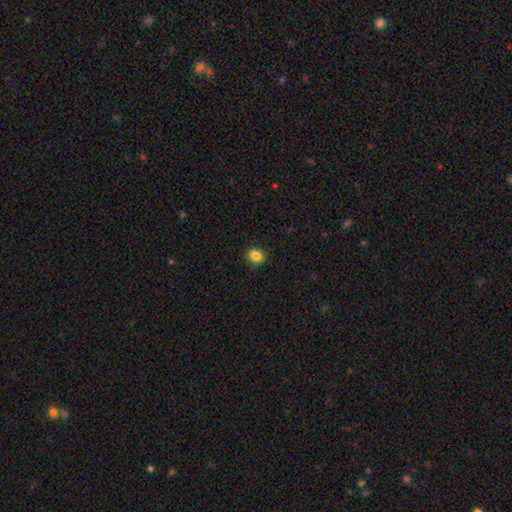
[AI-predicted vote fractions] Smooth or featured? smooth (85%)
How rounded? round (70%)
Merging? none (90%)